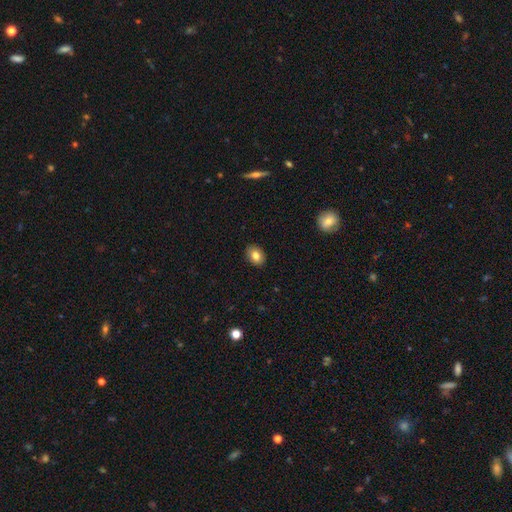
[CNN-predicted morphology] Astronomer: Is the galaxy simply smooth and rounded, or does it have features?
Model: smooth — 81%.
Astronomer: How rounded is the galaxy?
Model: in between — 64%.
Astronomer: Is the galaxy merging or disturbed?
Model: none — 90%.